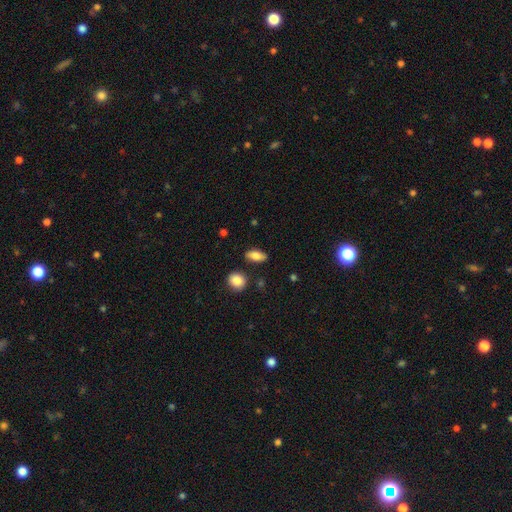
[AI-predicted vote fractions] This is clearly a smooth galaxy (82%). How rounded: clearly in between (86%). Merging: clearly none (84%).